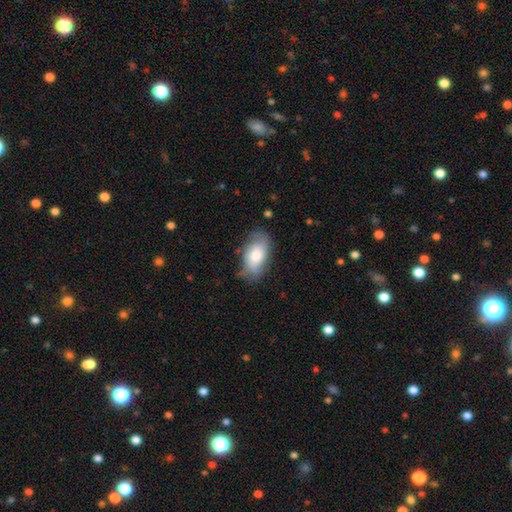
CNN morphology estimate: Q: Smooth or featured?
A: smooth (66%); runner-up: featured or disk (27%)
Q: How rounded?
A: in between (92%); runner-up: round (5%)
Q: Merging?
A: none (61%); runner-up: minor disturbance (28%)